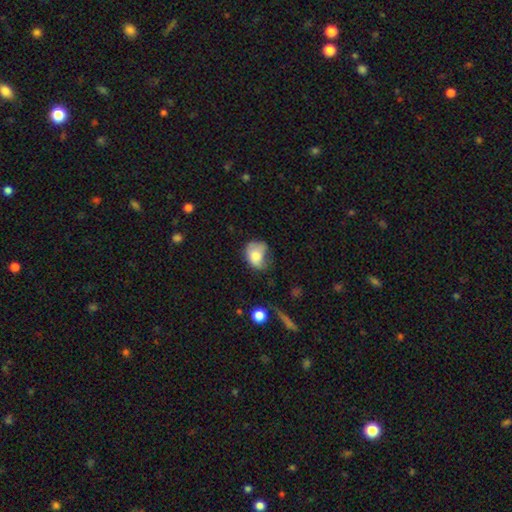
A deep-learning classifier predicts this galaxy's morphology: The model was most divided on "merging": minor disturbance: 39%, none: 31%, major disturbance: 26%, merger: 4%. More confident: smooth or featured — smooth (73%); how rounded — in between (59%).